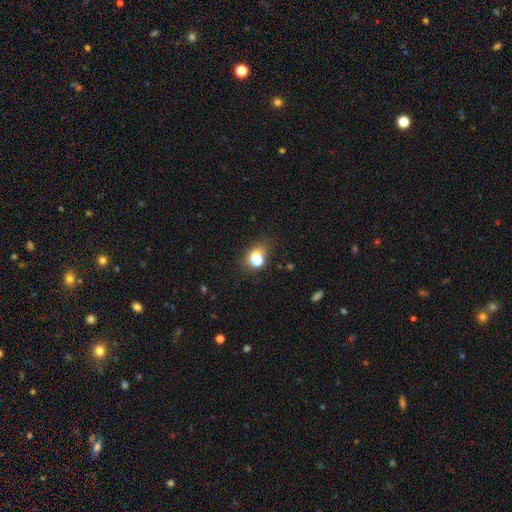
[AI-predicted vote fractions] Smooth or featured? Predicted: smooth (p=0.71). How rounded? Predicted: round (p=0.53). Merging? Predicted: none (p=0.47).